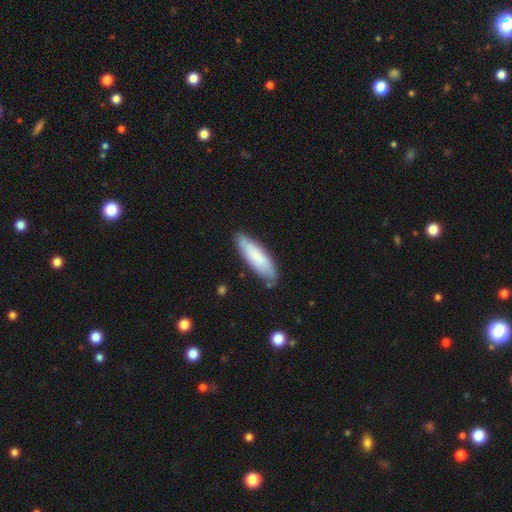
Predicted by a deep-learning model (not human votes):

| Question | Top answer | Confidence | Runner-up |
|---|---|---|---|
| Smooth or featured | smooth | 73% | featured or disk (21%) |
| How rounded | cigar-shaped | 57% | in between (41%) |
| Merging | none | 79% | minor disturbance (16%) |